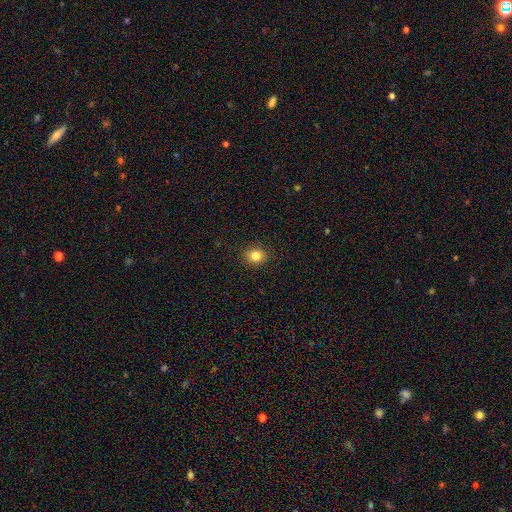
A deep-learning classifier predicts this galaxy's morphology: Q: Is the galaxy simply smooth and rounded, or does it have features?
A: smooth — 83%.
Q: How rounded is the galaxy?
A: round — 74%.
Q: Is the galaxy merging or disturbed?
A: none — 90%.